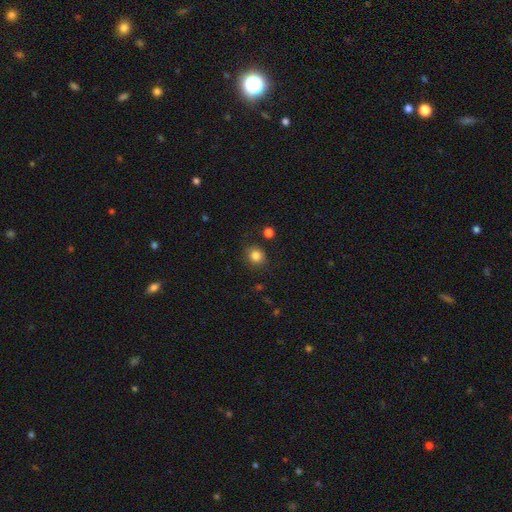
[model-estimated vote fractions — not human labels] smooth-or-featured: smooth: 83% | star or artifact: 11% | featured or disk: 6%
  how-rounded: round: 81% | in between: 18% | cigar-shaped: 1%
  merging: none: 84% | minor disturbance: 11% | major disturbance: 3% | merger: 3%